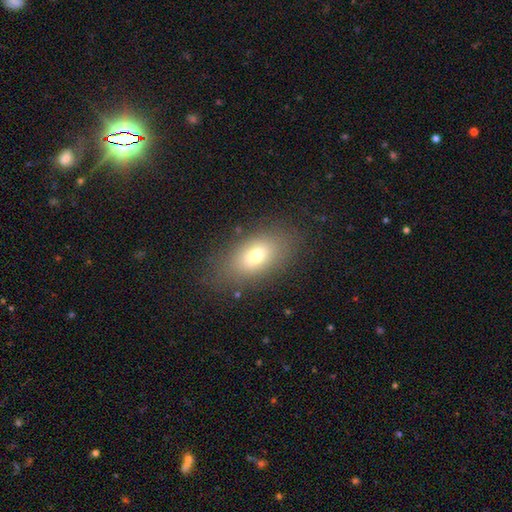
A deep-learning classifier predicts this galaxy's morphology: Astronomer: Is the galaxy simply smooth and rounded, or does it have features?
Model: smooth — 71%.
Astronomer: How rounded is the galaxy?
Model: in between — 86%.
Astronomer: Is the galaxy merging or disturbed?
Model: none — 81%.